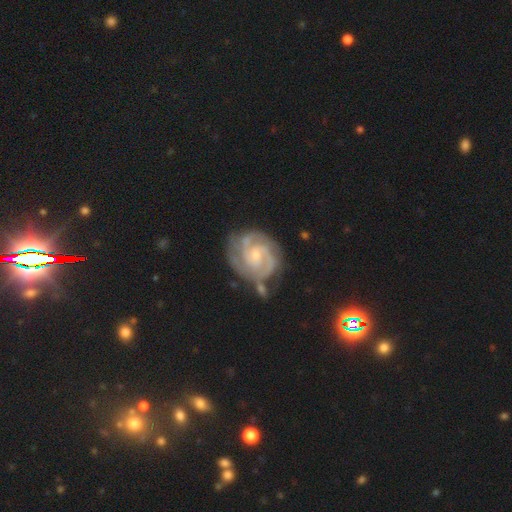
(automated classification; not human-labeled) smooth-or-featured: featured or disk: 90% | smooth: 5% | star or artifact: 5%
  disk-edge-on: no: 98% | yes: 2%
    bar: no: 52% | weak: 40% | strong: 9%
    has-spiral-arms: yes: 98% | no: 2%
      spiral-winding: tight: 63% | medium: 33% | loose: 4%
      spiral-arm-count: 2: 53% | 3: 25% | can't tell: 11% | 4: 5% | 1: 3% | more than 4: 3%
    bulge-size: small: 66% | moderate: 28% | none: 3% | large: 1% | dominant: 1%
  merging: none: 62% | minor disturbance: 21% | merger: 8% | major disturbance: 8%